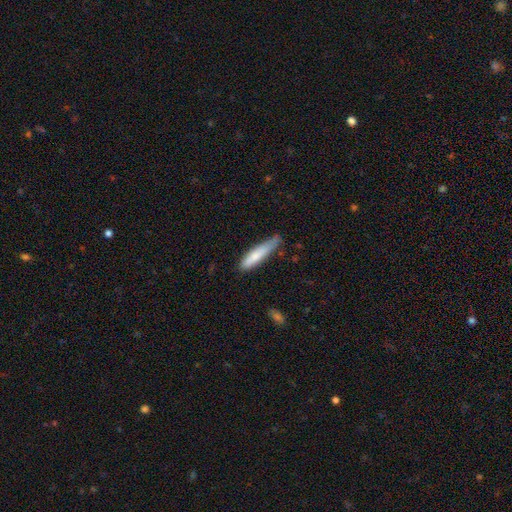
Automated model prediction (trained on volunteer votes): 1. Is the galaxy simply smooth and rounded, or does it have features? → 74% smooth, 20% featured or disk, 6% star or artifact.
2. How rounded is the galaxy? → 83% cigar-shaped, 15% in between, 1% round.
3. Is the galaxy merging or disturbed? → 55% none, 34% minor disturbance, 7% major disturbance, 3% merger.